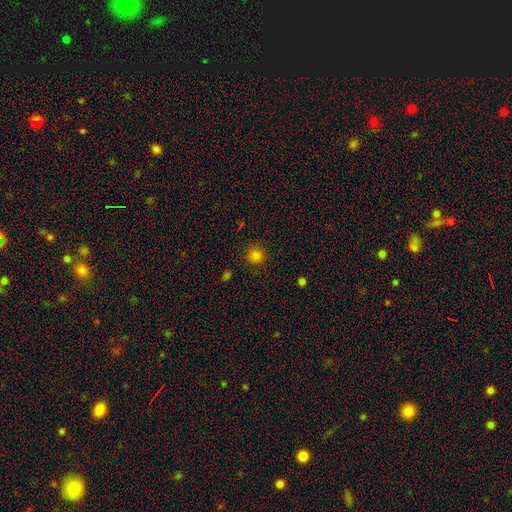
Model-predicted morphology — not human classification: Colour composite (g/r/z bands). It shows a smooth galaxy with no disk features (82%) that is round (93%). Merging: none (89%).